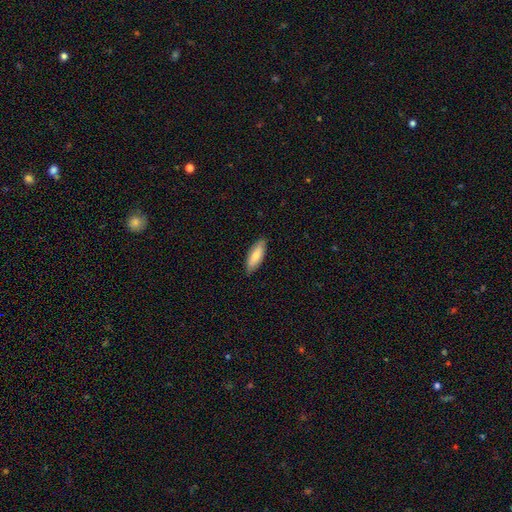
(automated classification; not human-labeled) This is likely a smooth galaxy (73%). How rounded: likely in between (69%). Merging: clearly none (85%).